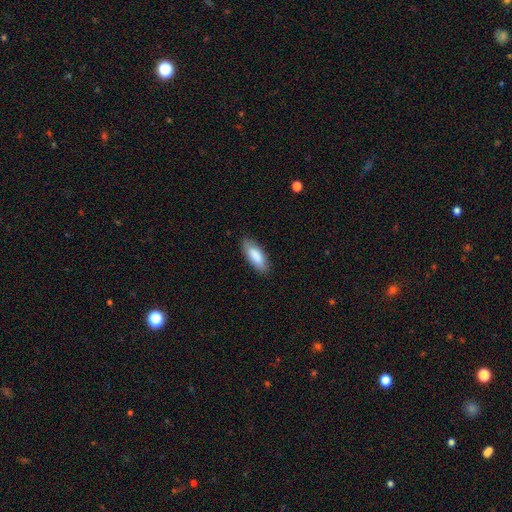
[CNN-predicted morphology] Smooth or featured: smooth — 86% (featured or disk — 8%)
How rounded: in between — 75% (cigar-shaped — 23%)
Merging: none — 85% (minor disturbance — 12%)